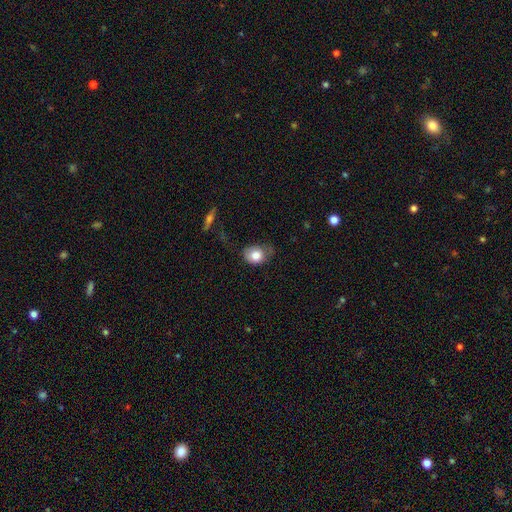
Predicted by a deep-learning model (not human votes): smooth 80%, featured or disk 11%, star or artifact 9%. Down the decision tree: how rounded — round (52%); merging — none (50%).